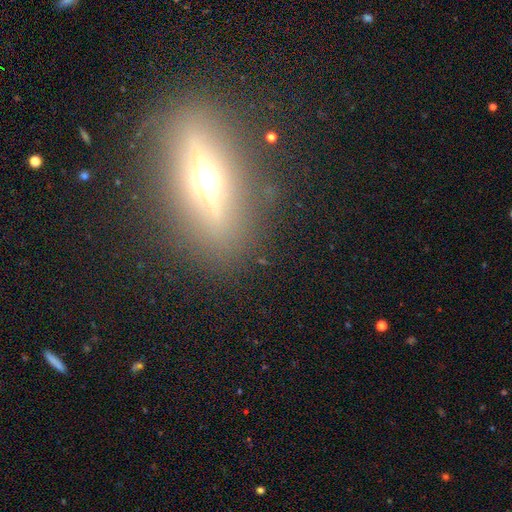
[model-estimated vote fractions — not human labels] smooth_or_featured: featured or disk (p=0.65) [alt: smooth p=0.22]
disk_edge_on: yes (p=0.86) [alt: no p=0.14]
edge_on_bulge: rounded (p=0.96) [alt: boxy p=0.03]
merging: none (p=0.86) [alt: minor disturbance p=0.08]